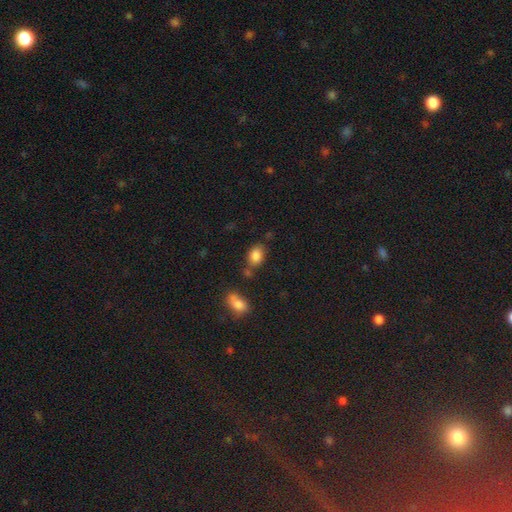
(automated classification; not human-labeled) A smooth galaxy with no disk features (85%) that is in between round and cigar-shaped (73%). Merging: none (66%).